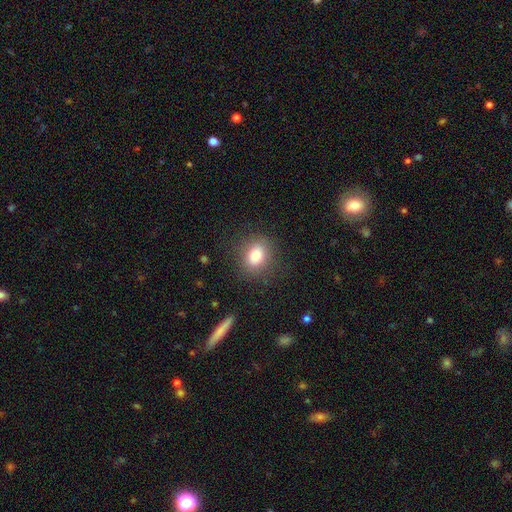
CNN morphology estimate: This is likely a smooth galaxy (80%). How rounded: possibly in between (50%). Merging: clearly none (84%).